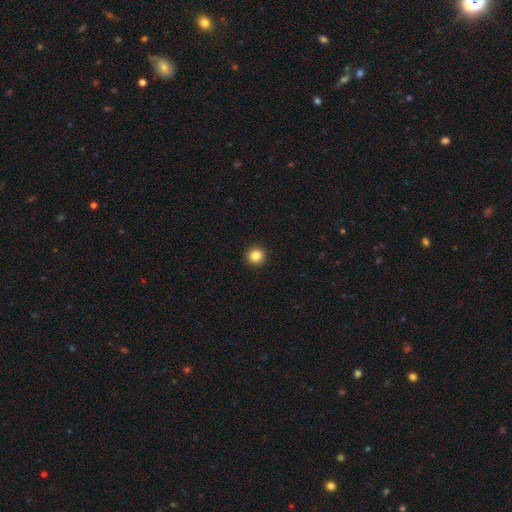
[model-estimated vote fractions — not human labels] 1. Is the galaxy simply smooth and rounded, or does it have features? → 85% smooth, 10% star or artifact, 4% featured or disk.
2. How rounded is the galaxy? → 95% round, 4% in between, 1% cigar-shaped.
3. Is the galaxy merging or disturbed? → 93% none, 4% minor disturbance, 1% major disturbance, 1% merger.